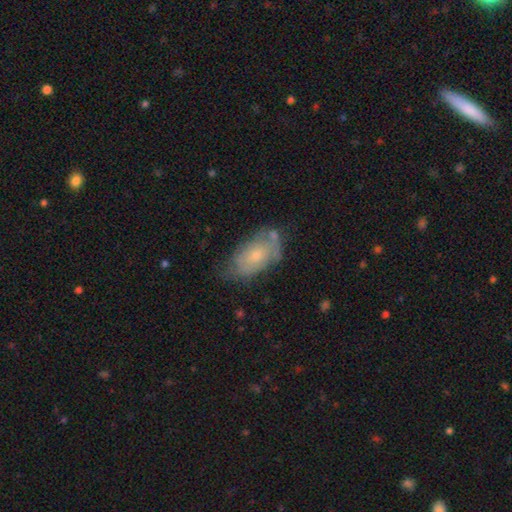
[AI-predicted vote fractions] Morphology: type=smooth (50%); merging=none (47%).